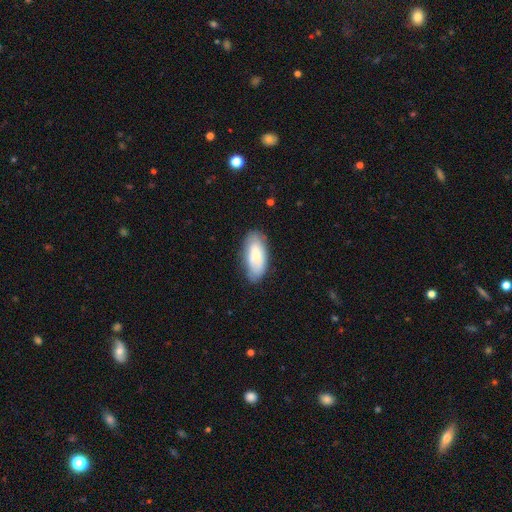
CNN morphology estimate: Smooth or featured? smooth (72%)
How rounded? in between (90%)
Merging? none (75%)